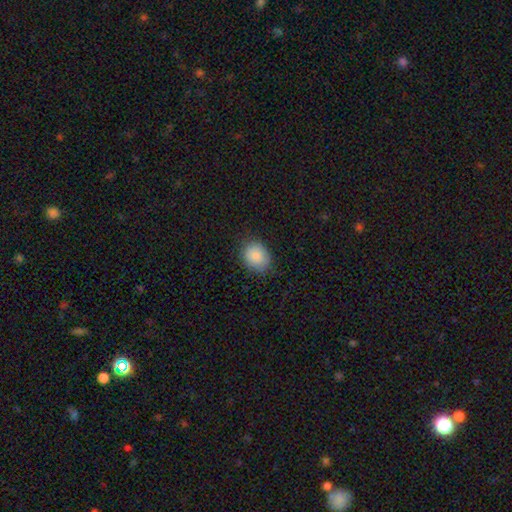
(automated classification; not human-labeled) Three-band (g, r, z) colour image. It shows a smooth galaxy with no disk features (88%) that is round (57%). Merging: none (83%).